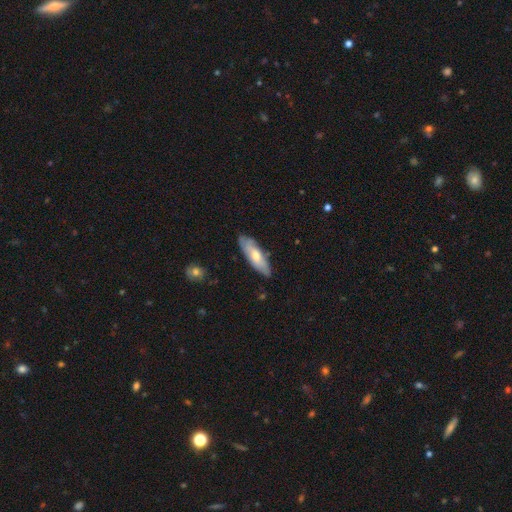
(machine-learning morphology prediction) Q: Smooth or featured?
A: smooth (54%); runner-up: featured or disk (41%)
Q: How rounded?
A: in between (55%); runner-up: cigar-shaped (42%)
Q: Merging?
A: none (77%); runner-up: minor disturbance (18%)